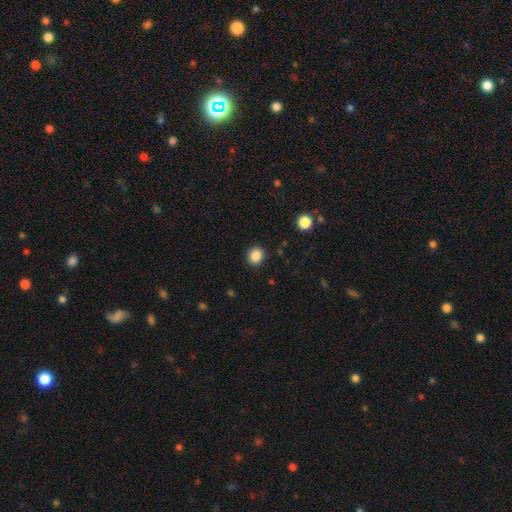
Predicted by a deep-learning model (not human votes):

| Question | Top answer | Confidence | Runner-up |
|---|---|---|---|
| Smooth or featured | smooth | 87% | star or artifact (10%) |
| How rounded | round | 73% | in between (26%) |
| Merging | none | 90% | minor disturbance (7%) |